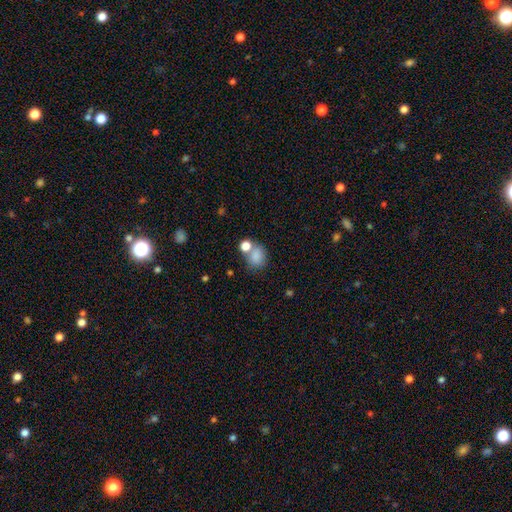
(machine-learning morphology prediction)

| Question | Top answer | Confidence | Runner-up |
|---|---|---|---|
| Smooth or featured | smooth | 81% | star or artifact (11%) |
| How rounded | round | 55% | in between (44%) |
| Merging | none | 47% | merger (33%) |